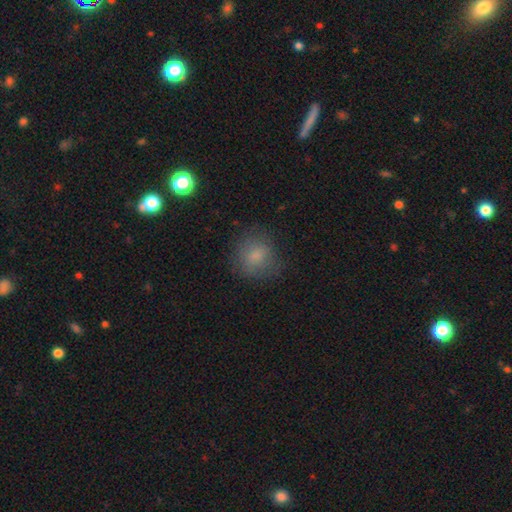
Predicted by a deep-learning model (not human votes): This is likely a smooth galaxy (80%). How rounded: likely round (79%). Merging: likely none (76%).